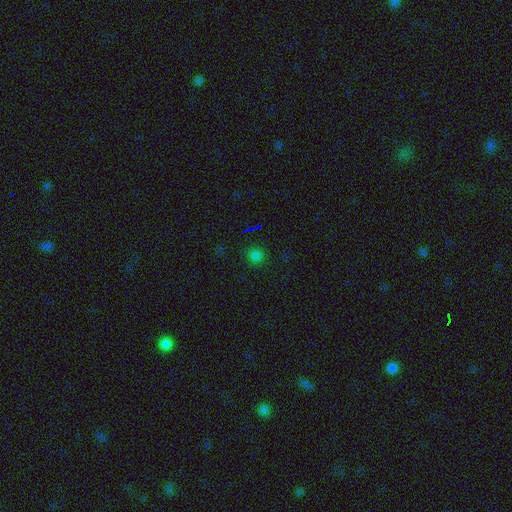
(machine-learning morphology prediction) Overall: smooth (73%). How rounded: round (91%). Merging: none (88%).